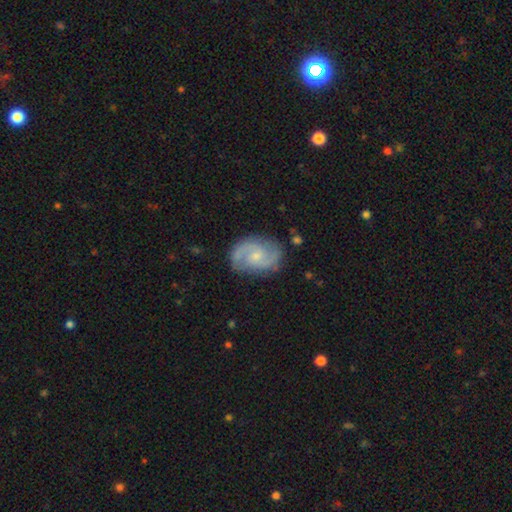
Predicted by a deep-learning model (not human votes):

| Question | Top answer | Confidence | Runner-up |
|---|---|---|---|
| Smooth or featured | featured or disk | 83% | smooth (12%) |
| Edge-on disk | no | 98% | yes (2%) |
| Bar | no | 57% | weak (38%) |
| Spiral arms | yes | 96% | no (4%) |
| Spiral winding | medium | 54% | tight (26%) |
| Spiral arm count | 2 | 89% | can't tell (5%) |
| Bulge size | small | 65% | moderate (29%) |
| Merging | none | 80% | minor disturbance (15%) |